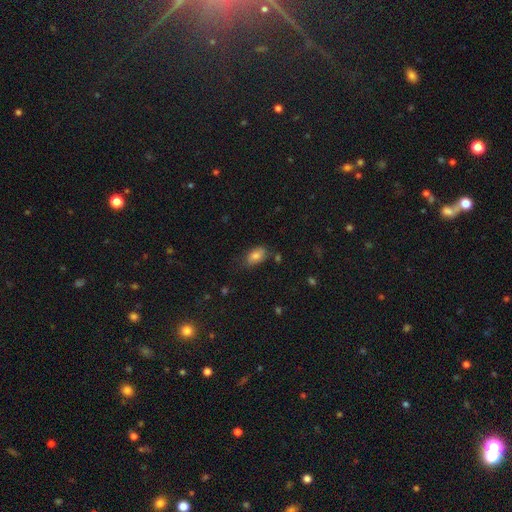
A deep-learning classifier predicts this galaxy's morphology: Smooth or featured: smooth — 80% (featured or disk — 11%)
How rounded: in between — 91% (round — 7%)
Merging: none — 68% (minor disturbance — 23%)